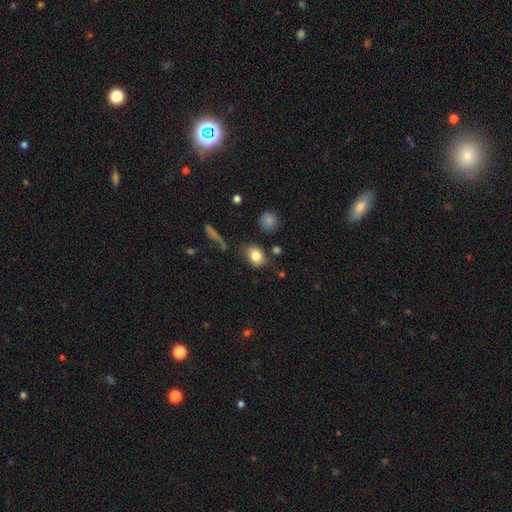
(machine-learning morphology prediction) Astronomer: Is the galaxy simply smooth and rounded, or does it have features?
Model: smooth — 82%.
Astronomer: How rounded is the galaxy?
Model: in between — 66%.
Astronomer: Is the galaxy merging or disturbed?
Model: none — 72%.